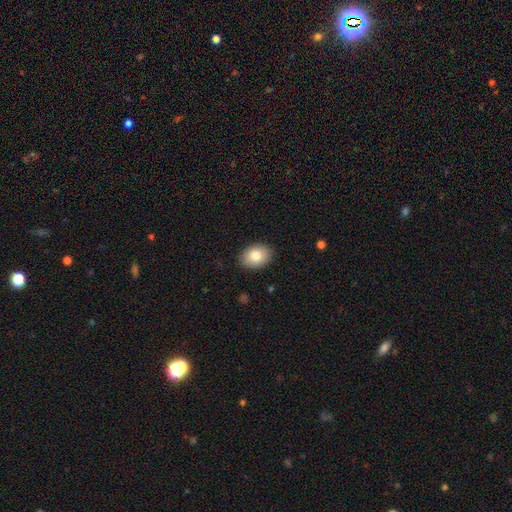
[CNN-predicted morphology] A smooth galaxy with no disk features (82%) that is in between round and cigar-shaped (76%). Merging: none (88%).